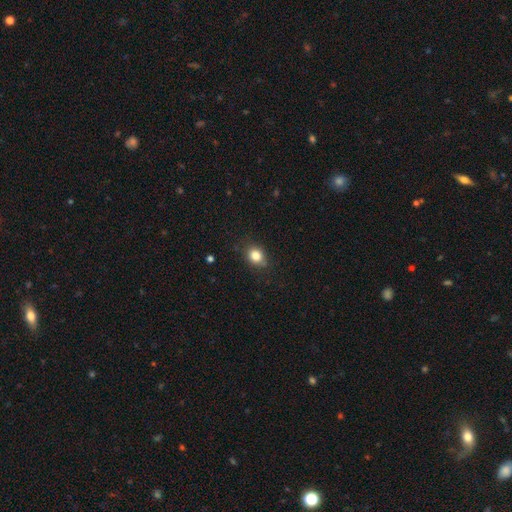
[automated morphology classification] A smooth galaxy with no disk features (83%) that is round (59%).

Vote fractions:
- Smooth or featured? smooth: 83% / star or artifact: 11% / featured or disk: 6%
- How rounded? round: 59% / in between: 40% / cigar-shaped: 1%
- Merging? none: 80% / minor disturbance: 15% / major disturbance: 4% / merger: 1%